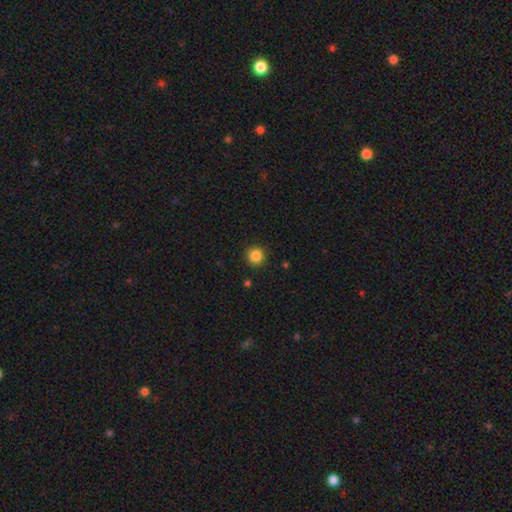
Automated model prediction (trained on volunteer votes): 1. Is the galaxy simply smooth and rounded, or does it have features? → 86% smooth, 11% star or artifact, 3% featured or disk.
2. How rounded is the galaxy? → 95% round, 4% in between, 1% cigar-shaped.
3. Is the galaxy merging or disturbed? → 92% none, 5% minor disturbance, 2% major disturbance, 1% merger.